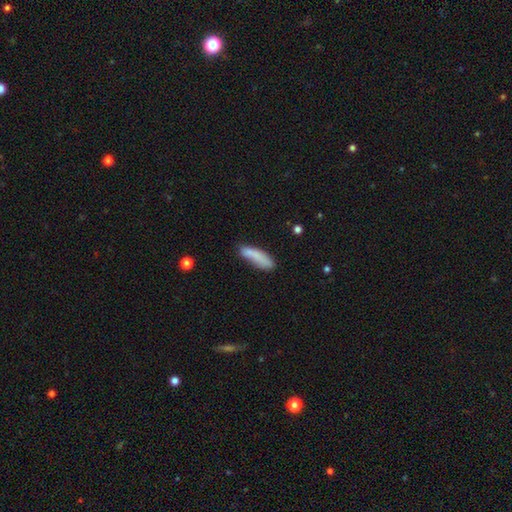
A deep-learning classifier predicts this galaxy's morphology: Overall: smooth (79%). How rounded: cigar-shaped (65%; in between 33%). Merging: none (60%; minor disturbance 24%).